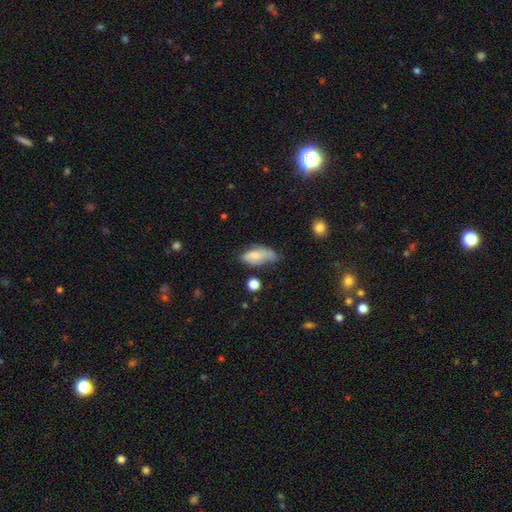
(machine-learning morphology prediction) Q: Smooth or featured?
A: smooth (72%); runner-up: featured or disk (20%)
Q: How rounded?
A: in between (87%); runner-up: cigar-shaped (10%)
Q: Merging?
A: minor disturbance (42%); runner-up: none (34%)